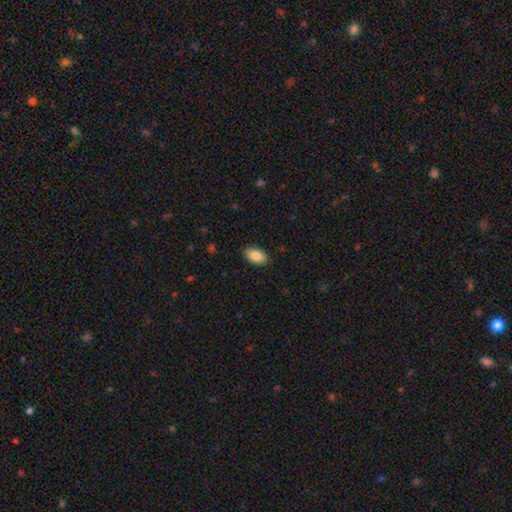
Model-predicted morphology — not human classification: The model was most divided on "merging": none: 88%, minor disturbance: 9%, major disturbance: 2%, merger: 1%. More confident: how rounded — in between (94%); smooth or featured — smooth (87%).